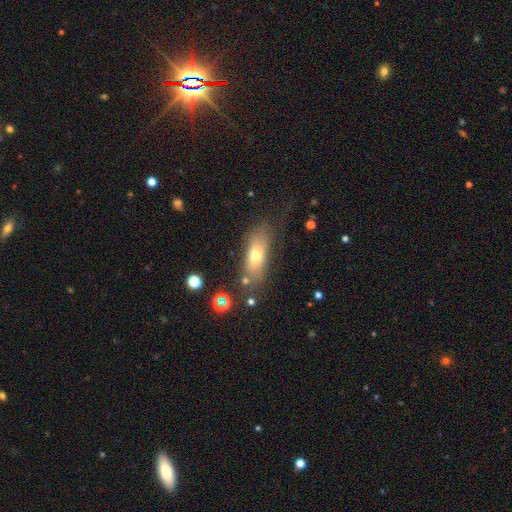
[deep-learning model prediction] A smooth galaxy with no disk features (67%) that is in between round and cigar-shaped (71%).

Vote fractions:
- Smooth or featured? smooth: 67% / featured or disk: 23% / star or artifact: 10%
- How rounded? in between: 71% / cigar-shaped: 24% / round: 5%
- Merging? none: 63% / minor disturbance: 20% / major disturbance: 11% / merger: 6%